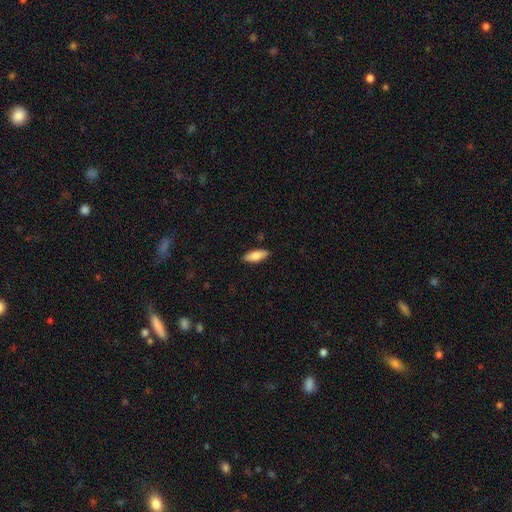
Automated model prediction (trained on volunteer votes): The model was most divided on "how rounded": in between: 69%, cigar-shaped: 29%, round: 2%. More confident: merging — none (88%); smooth or featured — smooth (79%).